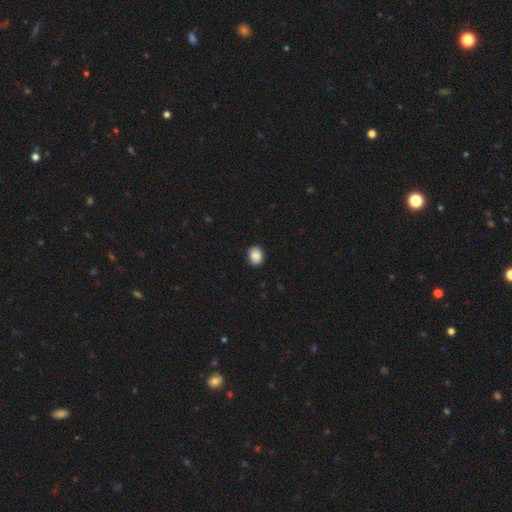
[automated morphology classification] Overall: smooth (87%). How rounded: round (52%; in between 47%). Merging: none (89%).